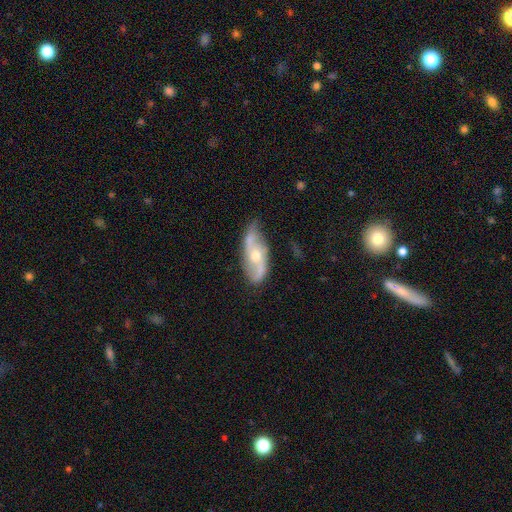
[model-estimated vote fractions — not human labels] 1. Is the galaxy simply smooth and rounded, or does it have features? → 76% featured or disk, 18% smooth, 6% star or artifact.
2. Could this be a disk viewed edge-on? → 90% no, 10% yes.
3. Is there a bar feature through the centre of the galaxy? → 64% no, 26% weak, 9% strong.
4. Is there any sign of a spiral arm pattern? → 88% yes, 12% no.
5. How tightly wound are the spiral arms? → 56% loose, 32% medium, 12% tight.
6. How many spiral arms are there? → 86% 2, 8% can't tell, 2% 1, 2% 3, 1% 4, 1% more than 4.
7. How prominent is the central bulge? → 60% moderate, 35% small, 3% large, 1% none, 1% dominant.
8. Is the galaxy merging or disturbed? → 60% none, 27% minor disturbance, 9% major disturbance, 3% merger.